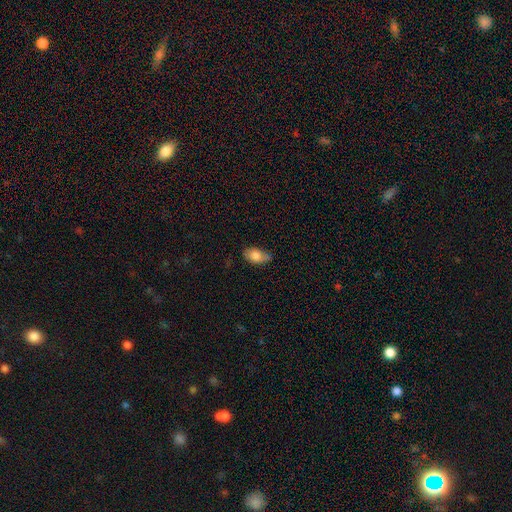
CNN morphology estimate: Q: Smooth or featured?
A: smooth (79%); runner-up: featured or disk (13%)
Q: How rounded?
A: in between (89%); runner-up: round (8%)
Q: Merging?
A: none (57%); runner-up: minor disturbance (34%)